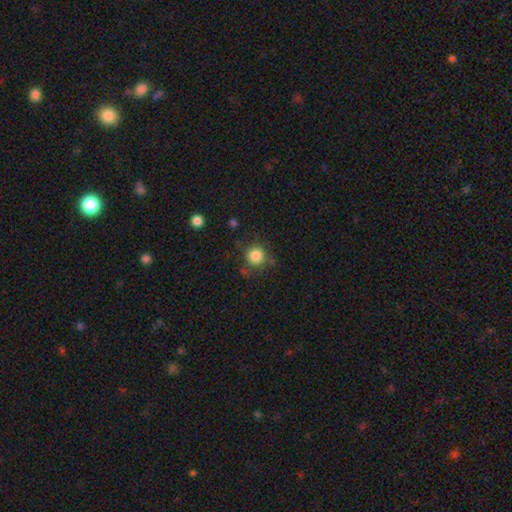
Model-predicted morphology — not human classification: smooth 84%, star or artifact 11%, featured or disk 5%. Down the decision tree: how rounded — round (93%); merging — none (80%).